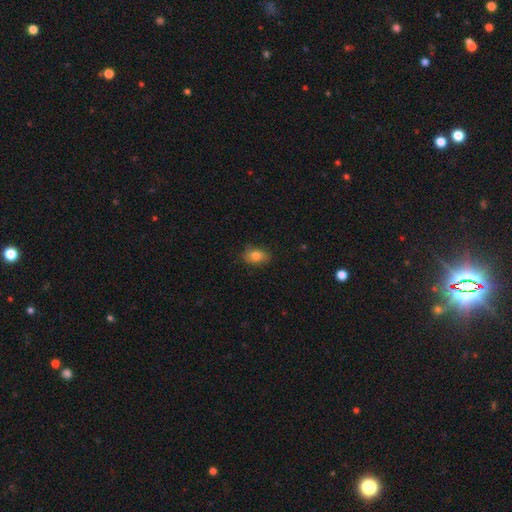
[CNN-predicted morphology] Smooth or featured?
  - smooth: 82% *
  - star or artifact: 9%
  - featured or disk: 9%
How rounded?
  - in between: 76% *
  - round: 22%
  - cigar-shaped: 2%
Merging?
  - none: 79% *
  - minor disturbance: 17%
  - major disturbance: 3%
  - merger: 1%